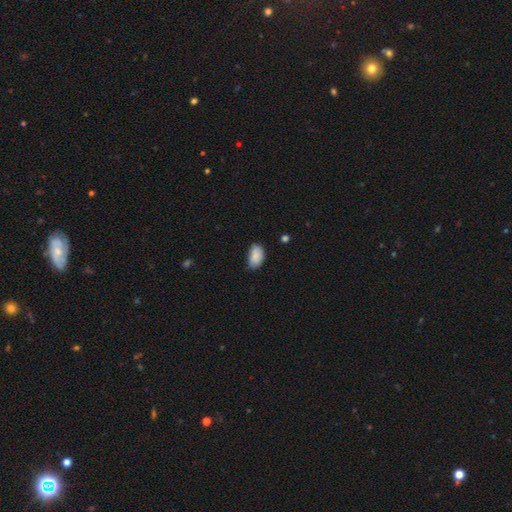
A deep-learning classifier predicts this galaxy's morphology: Smooth or featured?
  - smooth: 85% *
  - featured or disk: 8%
  - star or artifact: 7%
How rounded?
  - in between: 91% *
  - round: 7%
  - cigar-shaped: 1%
Merging?
  - none: 54% *
  - minor disturbance: 38%
  - major disturbance: 6%
  - merger: 3%